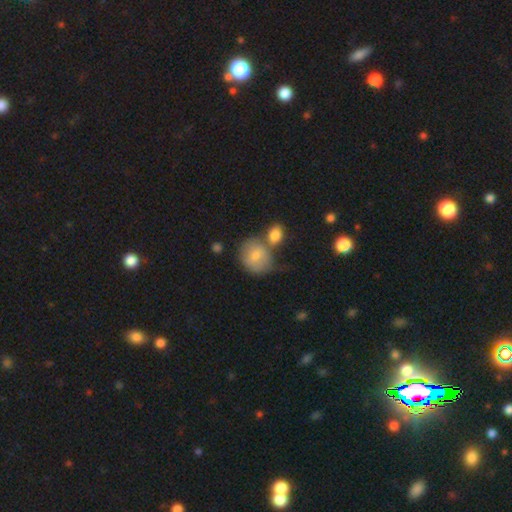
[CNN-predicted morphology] The model was most divided on "merging": merger: 40%, none: 36%, minor disturbance: 16%, major disturbance: 7%. More confident: how rounded — round (77%); smooth or featured — smooth (73%).